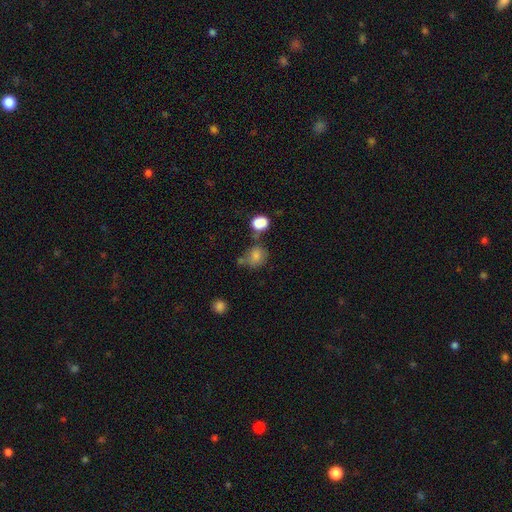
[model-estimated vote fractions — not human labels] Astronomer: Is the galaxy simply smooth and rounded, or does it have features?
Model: smooth — 78%.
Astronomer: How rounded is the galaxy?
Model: round — 72%.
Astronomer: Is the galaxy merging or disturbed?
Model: none — 52%.